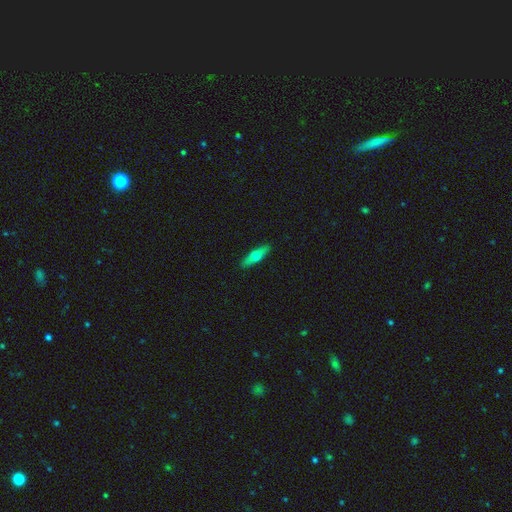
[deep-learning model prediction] This appears to be a smooth galaxy with no disk features (52%) that is cigar-shaped (61%). Merging: none (91%).